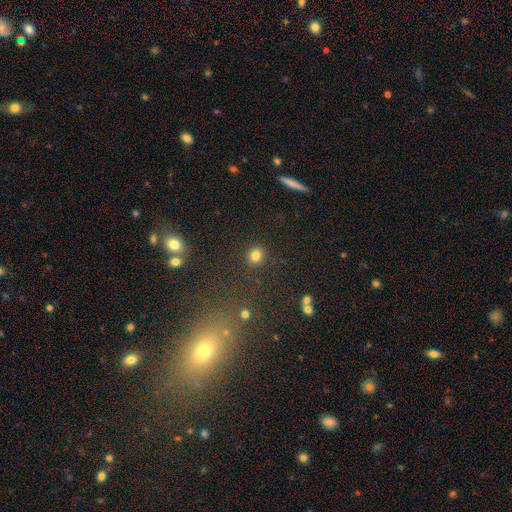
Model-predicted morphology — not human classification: smooth-or-featured: smooth: 81% | star or artifact: 13% | featured or disk: 5%
  how-rounded: round: 85% | in between: 14% | cigar-shaped: 1%
  merging: none: 89% | minor disturbance: 6% | major disturbance: 2% | merger: 2%